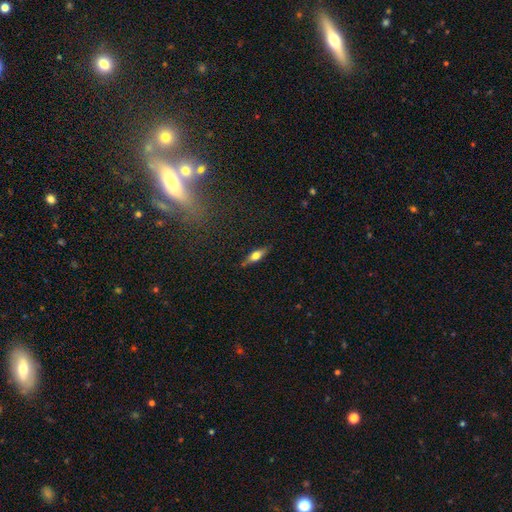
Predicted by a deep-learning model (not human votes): This appears to be a smooth galaxy with no disk features (54%) that is in between round and cigar-shaped (50%). Merging: none (84%).